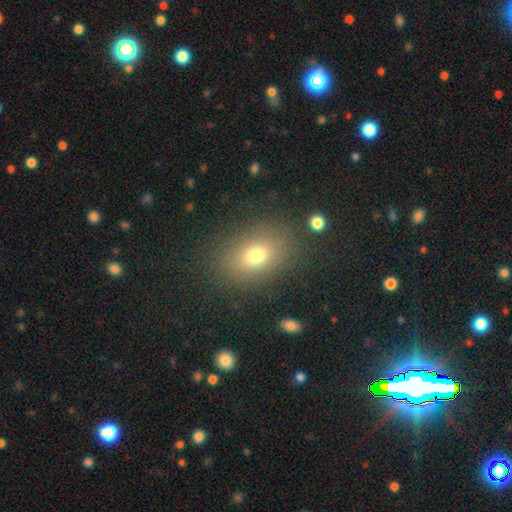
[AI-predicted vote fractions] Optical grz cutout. It shows a smooth galaxy with no disk features (74%) that is in between round and cigar-shaped (72%). Merging: none (83%).